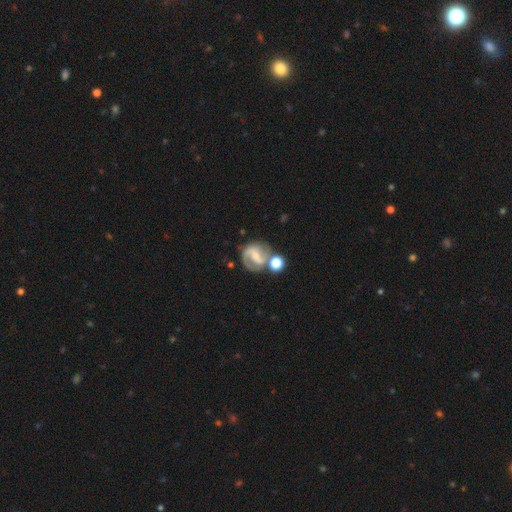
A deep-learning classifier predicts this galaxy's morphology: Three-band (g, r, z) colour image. It shows a featured or disk galaxy (75%) with a weak bar (46%), 2 (80%) medium (50%) spiral arms (92%) and a small central bulge (56%). Merging: none (55%).